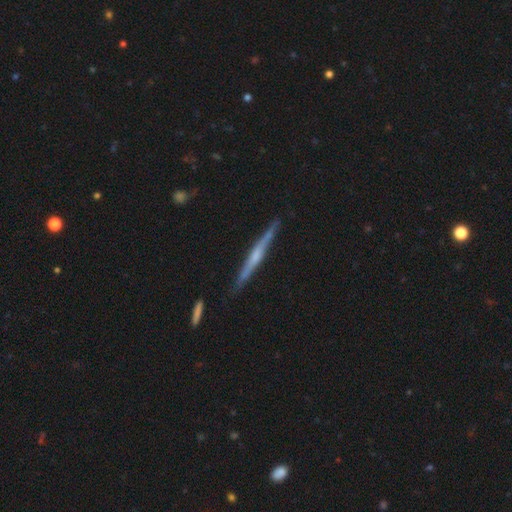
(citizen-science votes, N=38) Smooth or featured? featured or disk (84%)
Edge-on disk? yes (100%)
Edge-on bulge? rounded (59%)
Merging? none (87%)